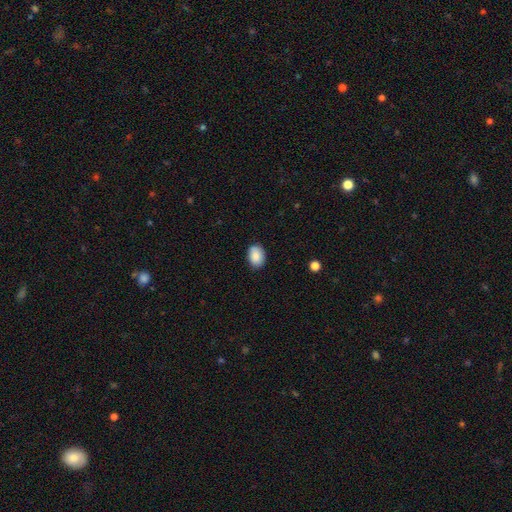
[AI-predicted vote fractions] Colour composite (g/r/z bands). It shows a smooth galaxy with no disk features (87%) that is in between round and cigar-shaped (79%). Merging: none (84%).